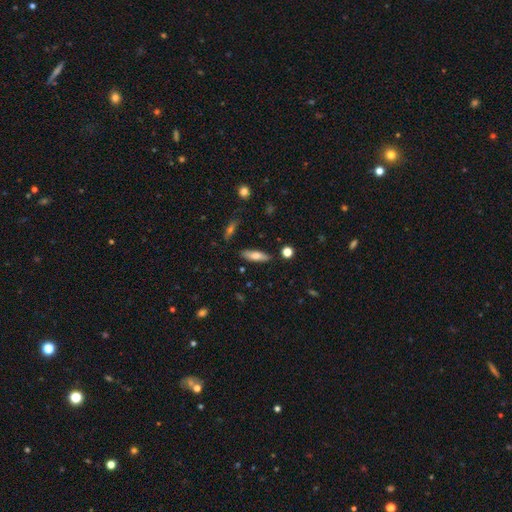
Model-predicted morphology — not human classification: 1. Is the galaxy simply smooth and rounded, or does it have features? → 69% smooth, 24% featured or disk, 7% star or artifact.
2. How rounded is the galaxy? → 54% cigar-shaped, 44% in between, 2% round.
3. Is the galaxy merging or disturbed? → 83% none, 11% minor disturbance, 3% merger, 2% major disturbance.